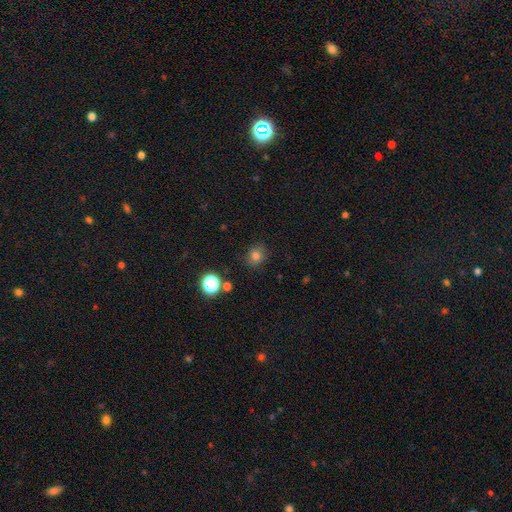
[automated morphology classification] type=smooth (78%); roundness=round (79%); merging=none (84%).